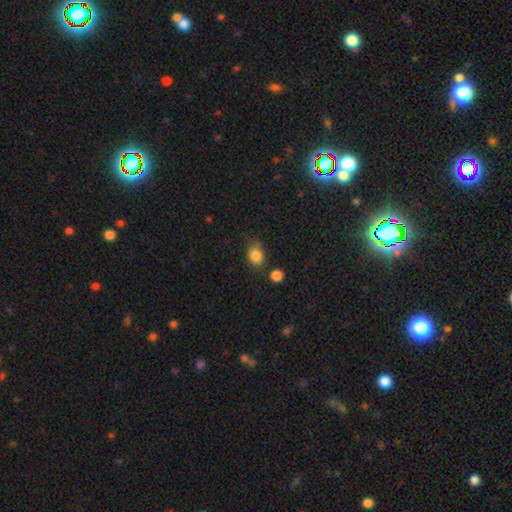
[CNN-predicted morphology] type=smooth (84%); roundness=in between (51%); merging=none (61%).